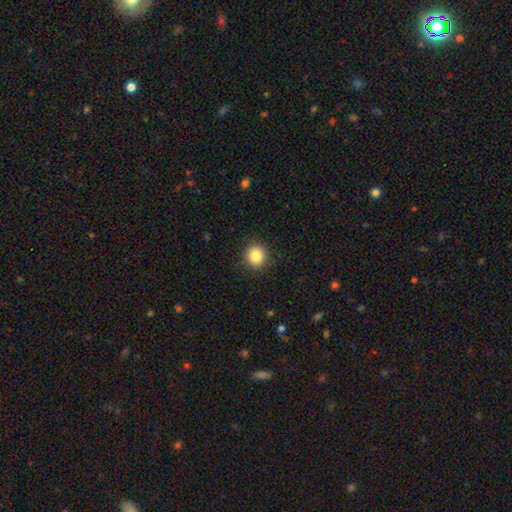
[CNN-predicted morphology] Smooth or featured: smooth — 85% (star or artifact — 10%)
How rounded: round — 89% (in between — 10%)
Merging: none — 91% (minor disturbance — 6%)